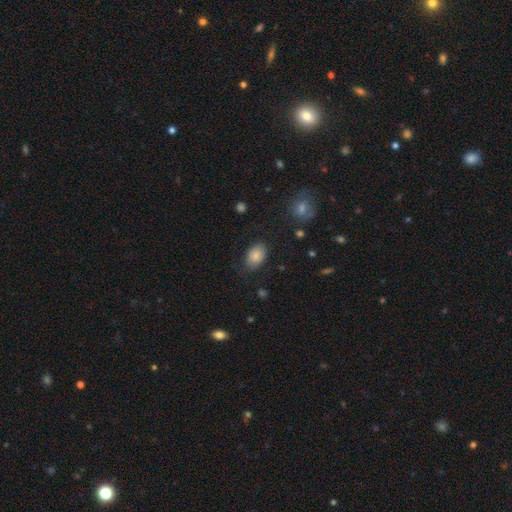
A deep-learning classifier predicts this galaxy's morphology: Smooth or featured? Predicted: smooth (p=0.84). How rounded? Predicted: in between (p=0.86). Merging? Predicted: none (p=0.78).